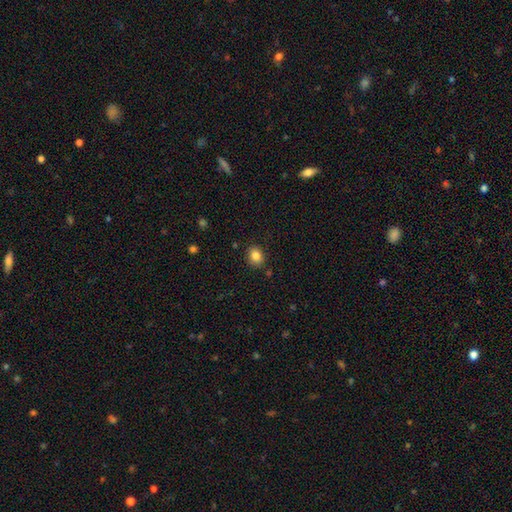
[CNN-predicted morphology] Overall: smooth (84%). How rounded: round (63%; in between 36%). Merging: none (86%).